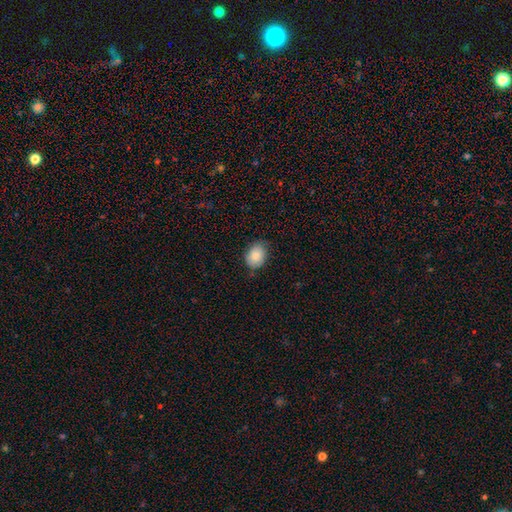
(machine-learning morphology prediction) Smooth or featured: smooth — 85% (featured or disk — 8%)
How rounded: in between — 69% (round — 30%)
Merging: none — 75% (minor disturbance — 21%)